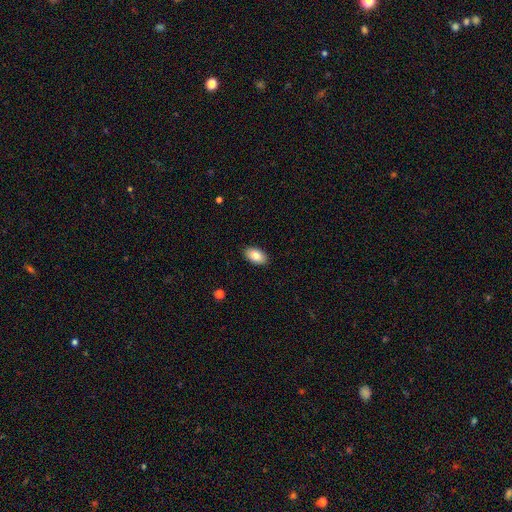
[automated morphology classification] This appears to be a smooth galaxy with no disk features (84%) that is in between round and cigar-shaped (93%). Merging: none (90%).